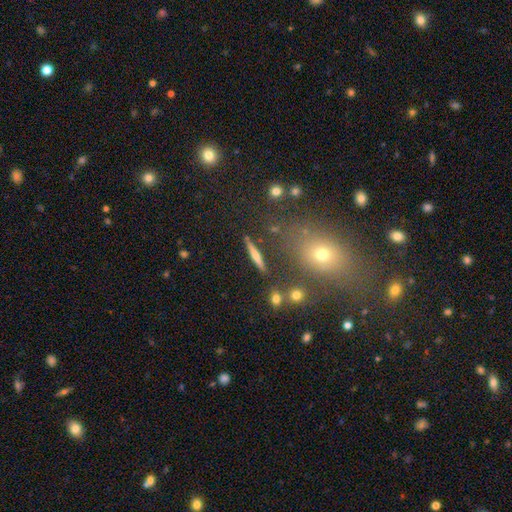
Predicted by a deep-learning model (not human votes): Smooth or featured? smooth (45%, tied with featured or disk)
Merging? none (84%)